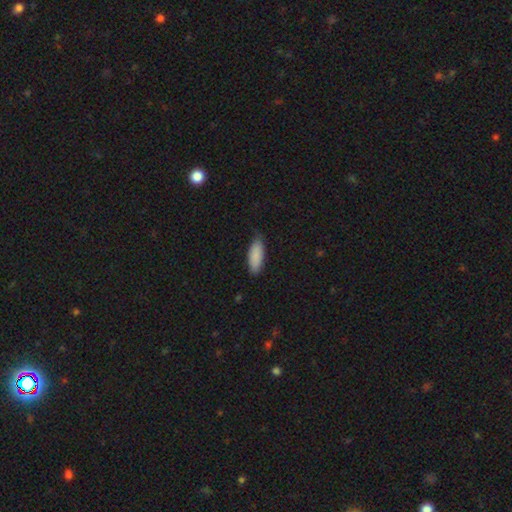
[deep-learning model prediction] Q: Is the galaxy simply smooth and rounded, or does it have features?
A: smooth — 88%.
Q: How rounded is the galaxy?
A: in between — 72%.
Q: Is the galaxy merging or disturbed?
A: none — 77%.